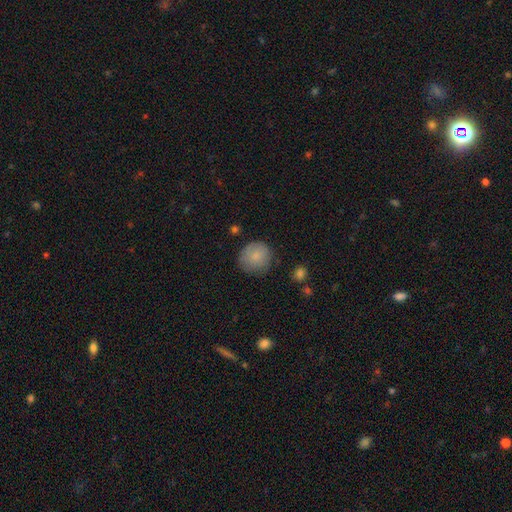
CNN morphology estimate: A smooth galaxy with no disk features (84%) that is round (90%). Merging: none (75%).